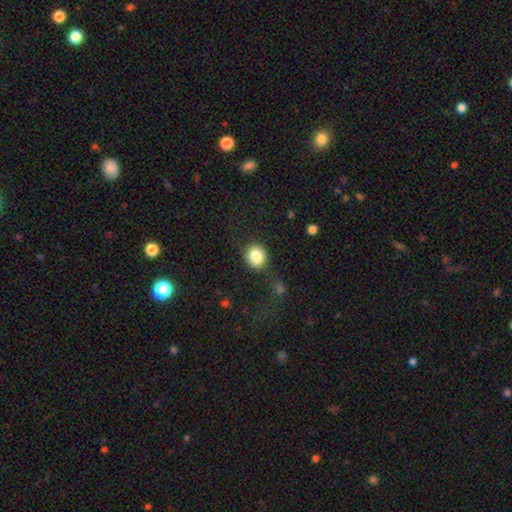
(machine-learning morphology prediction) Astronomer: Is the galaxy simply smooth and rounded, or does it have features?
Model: smooth — 85%.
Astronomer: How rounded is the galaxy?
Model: round — 77%.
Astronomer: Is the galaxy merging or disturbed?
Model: none — 80%.